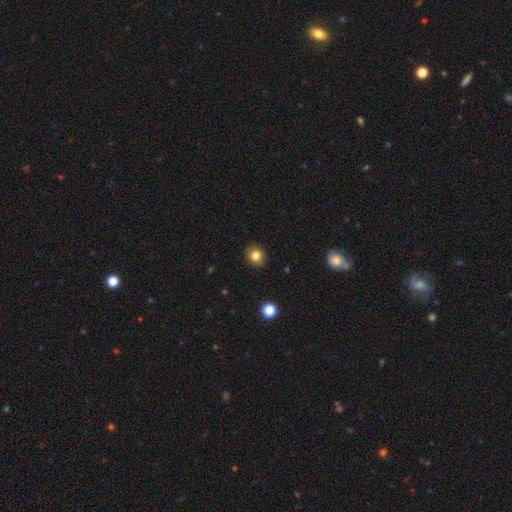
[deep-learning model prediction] Q: Smooth or featured?
A: smooth (82%); runner-up: star or artifact (11%)
Q: How rounded?
A: round (70%); runner-up: in between (29%)
Q: Merging?
A: none (90%); runner-up: minor disturbance (7%)